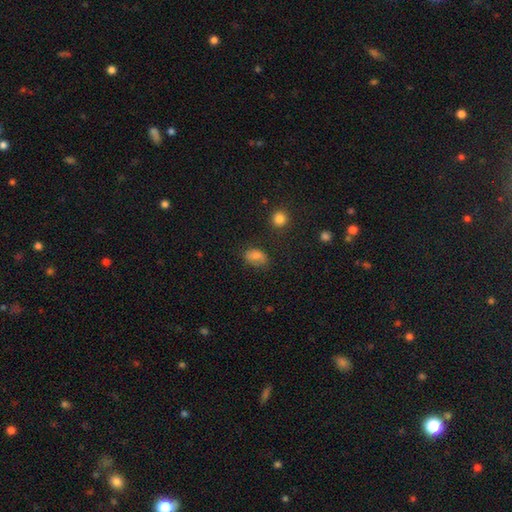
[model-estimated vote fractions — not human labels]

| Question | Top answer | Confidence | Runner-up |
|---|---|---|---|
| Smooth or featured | smooth | 77% | featured or disk (12%) |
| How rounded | in between | 81% | round (17%) |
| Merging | none | 67% | minor disturbance (23%) |